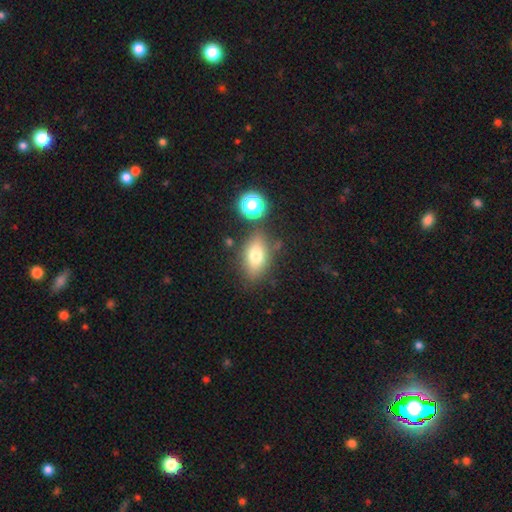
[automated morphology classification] Smooth or featured? smooth (72%)
How rounded? in between (81%)
Merging? none (74%)